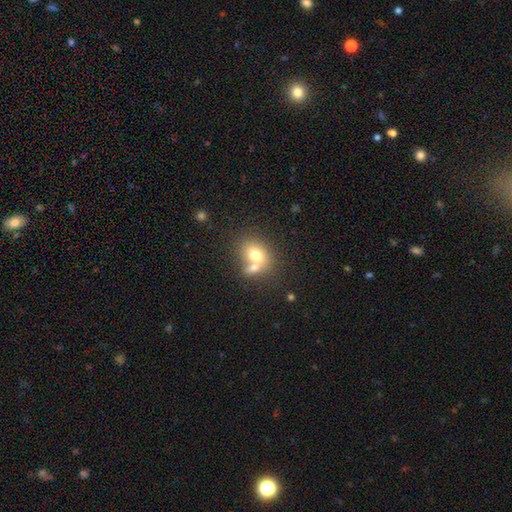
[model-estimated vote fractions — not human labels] smooth 72%, featured or disk 18%, star or artifact 10%. Down the decision tree: how rounded — in between (56%); merging — merger (52%).